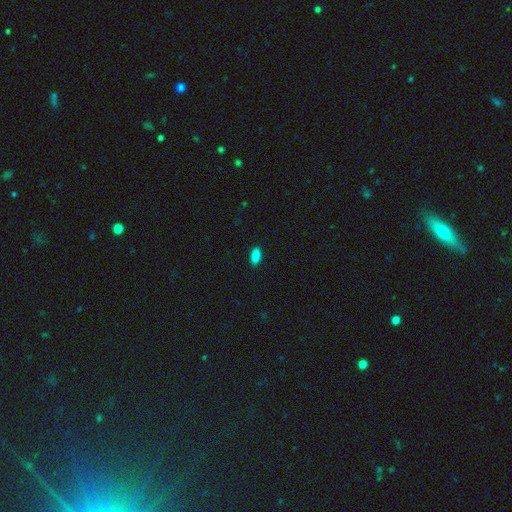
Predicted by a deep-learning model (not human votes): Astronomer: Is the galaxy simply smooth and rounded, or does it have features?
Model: smooth — 87%.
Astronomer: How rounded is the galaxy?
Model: in between — 91%.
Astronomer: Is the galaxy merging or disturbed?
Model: none — 89%.